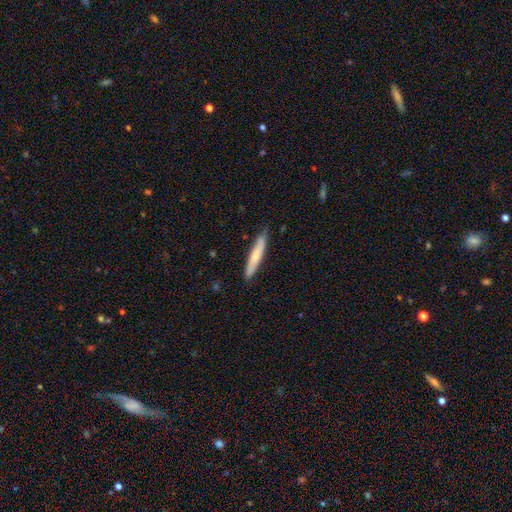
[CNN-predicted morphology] Smooth or featured? smooth (66%)
How rounded? cigar-shaped (91%)
Merging? none (81%)